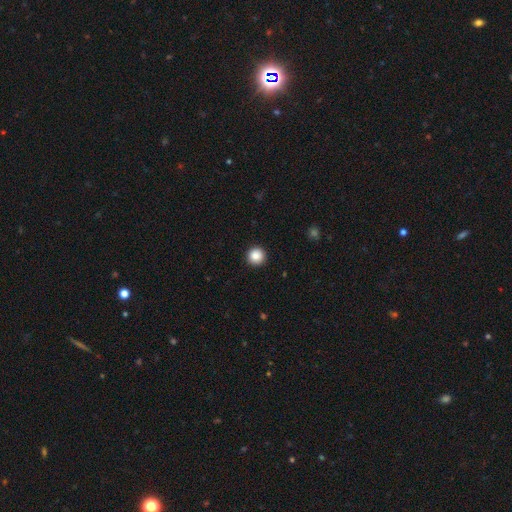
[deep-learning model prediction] Smooth or featured?
  - smooth: 87% *
  - star or artifact: 9%
  - featured or disk: 3%
How rounded?
  - round: 96% *
  - in between: 3%
  - cigar-shaped: 1%
Merging?
  - none: 94% *
  - minor disturbance: 4%
  - major disturbance: 1%
  - merger: 1%